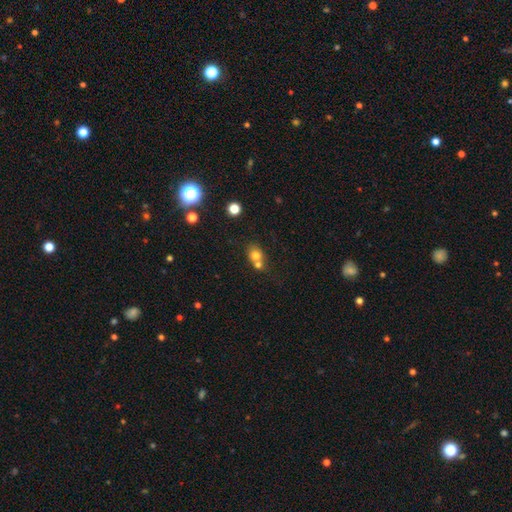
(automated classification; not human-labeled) smooth 74%, featured or disk 13%, star or artifact 13%. Down the decision tree: how rounded — round (66%); merging — merger (51%).